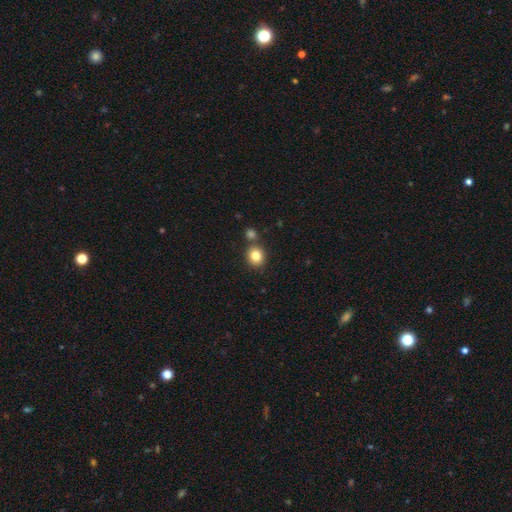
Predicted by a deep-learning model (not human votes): A smooth galaxy with no disk features (83%) that is round (75%). Merging: none (74%).